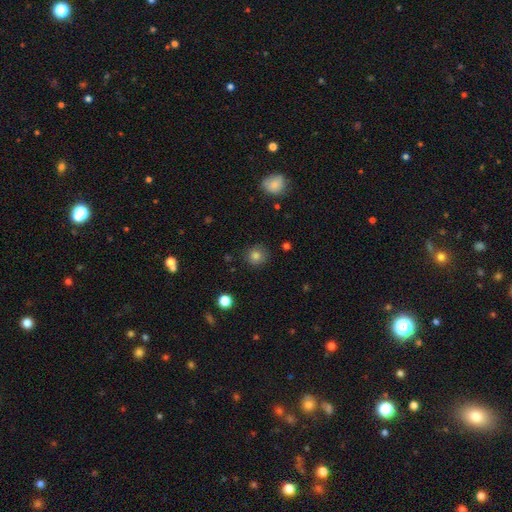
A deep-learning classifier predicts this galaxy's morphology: This is clearly a smooth galaxy (82%). How rounded: clearly round (90%). Merging: clearly none (85%).